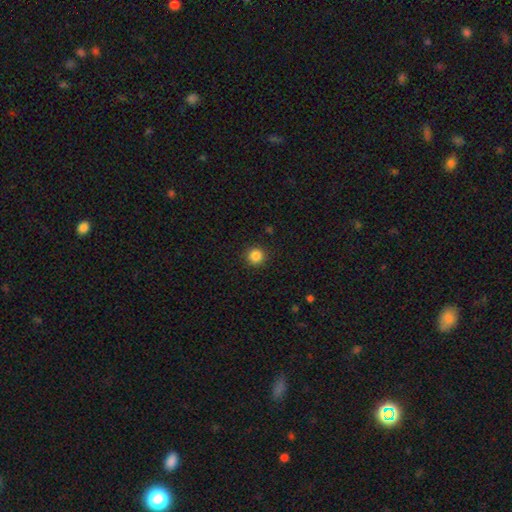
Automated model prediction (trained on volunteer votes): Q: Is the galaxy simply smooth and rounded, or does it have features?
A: smooth — 86%.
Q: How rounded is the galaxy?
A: round — 95%.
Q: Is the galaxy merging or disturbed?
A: none — 92%.